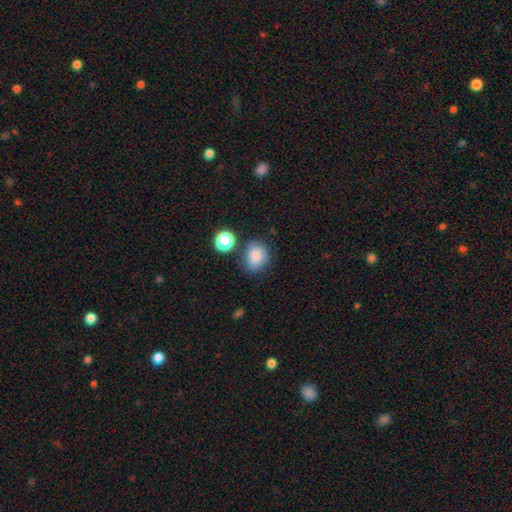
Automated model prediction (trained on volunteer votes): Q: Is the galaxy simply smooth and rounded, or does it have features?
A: smooth — 82%.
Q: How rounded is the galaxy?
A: round — 51%.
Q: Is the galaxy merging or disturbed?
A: none — 67%.